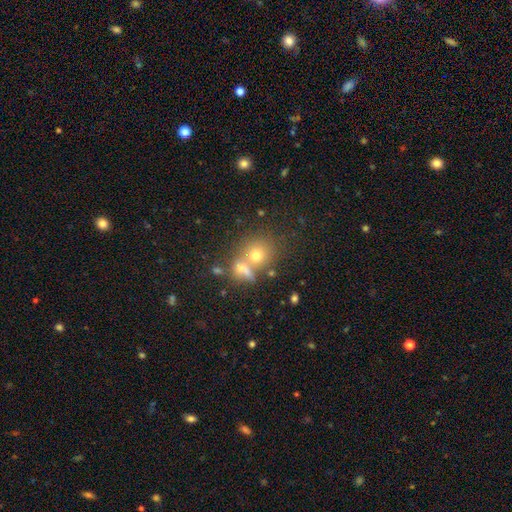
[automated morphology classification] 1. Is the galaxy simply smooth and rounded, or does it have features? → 62% smooth, 19% star or artifact, 19% featured or disk.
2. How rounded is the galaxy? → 75% round, 24% in between, 2% cigar-shaped.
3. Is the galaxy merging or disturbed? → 51% merger, 38% none, 7% minor disturbance, 4% major disturbance.